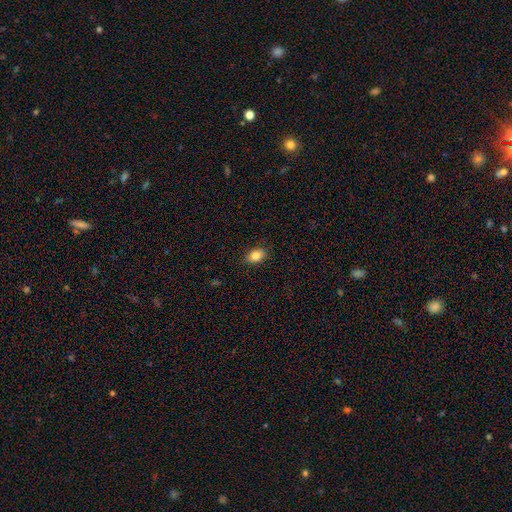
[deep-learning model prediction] smooth_or_featured: smooth (p=0.86) [alt: star or artifact p=0.09]
how_rounded: in between (p=0.80) [alt: round p=0.19]
merging: none (p=0.85) [alt: minor disturbance p=0.12]